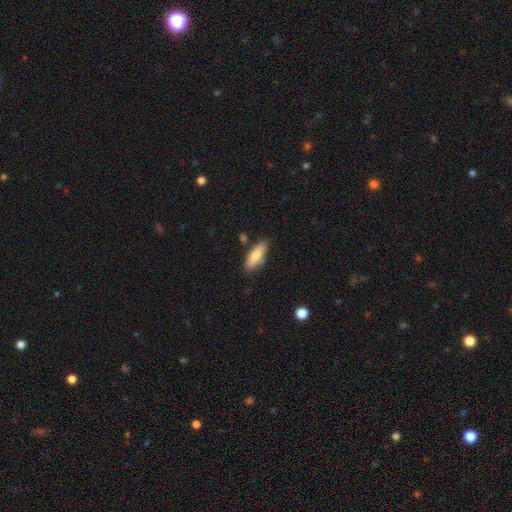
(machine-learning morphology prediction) A smooth galaxy with no disk features (80%) that is in between round and cigar-shaped (59%). Merging: none (78%).